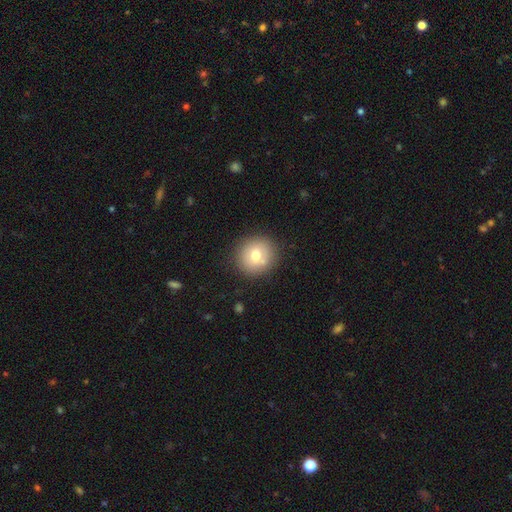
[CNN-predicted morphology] A smooth galaxy with no disk features (71%) that is round (90%). Merging: none (80%).